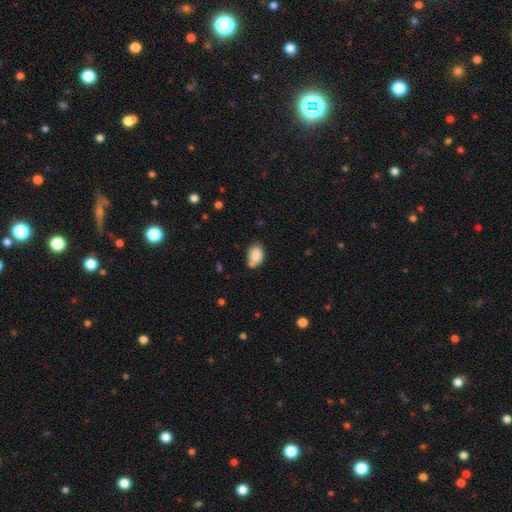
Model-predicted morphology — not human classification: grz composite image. It shows a smooth galaxy with no disk features (84%) that is in between round and cigar-shaped (74%). Merging: none (55%).